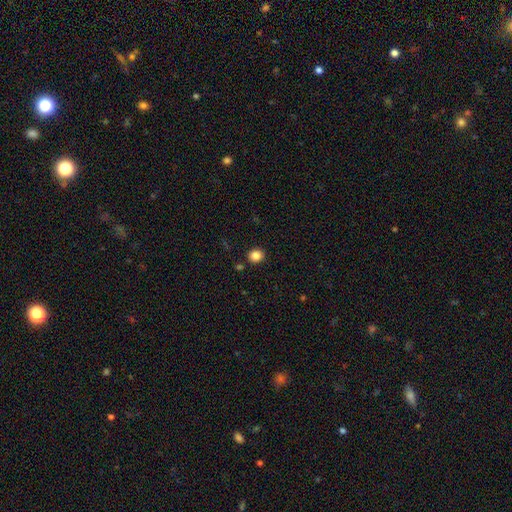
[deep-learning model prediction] Smooth or featured? smooth (84%)
How rounded? round (76%)
Merging? none (89%)